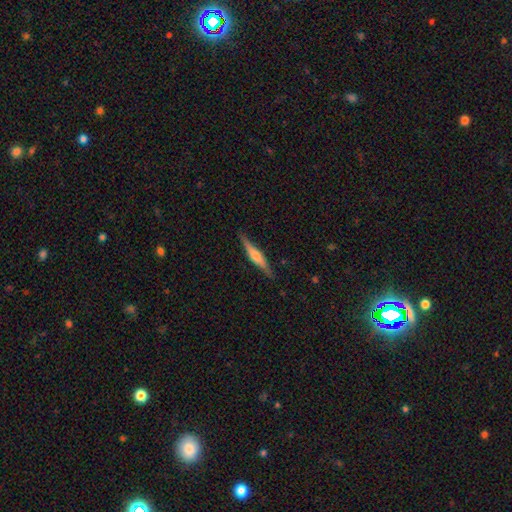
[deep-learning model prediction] Smooth or featured: featured or disk — 59% (smooth — 35%)
Edge-on disk: yes — 96% (no — 4%)
Edge-on bulge: rounded — 73% (boxy — 16%)
Merging: none — 86% (minor disturbance — 10%)